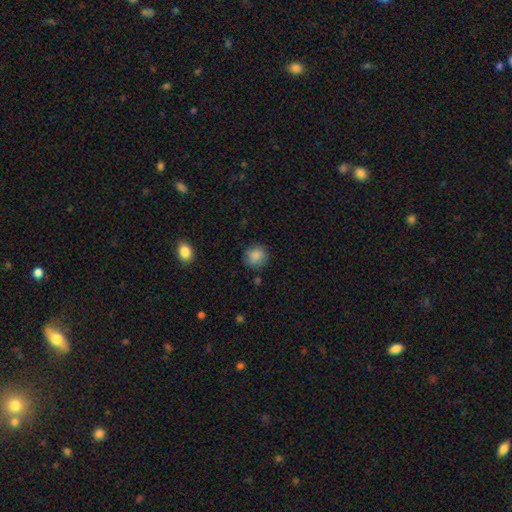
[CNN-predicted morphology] Smooth or featured?
  - smooth: 84% *
  - star or artifact: 8%
  - featured or disk: 7%
How rounded?
  - round: 86% *
  - in between: 13%
  - cigar-shaped: 1%
Merging?
  - none: 78% *
  - minor disturbance: 16%
  - major disturbance: 4%
  - merger: 2%